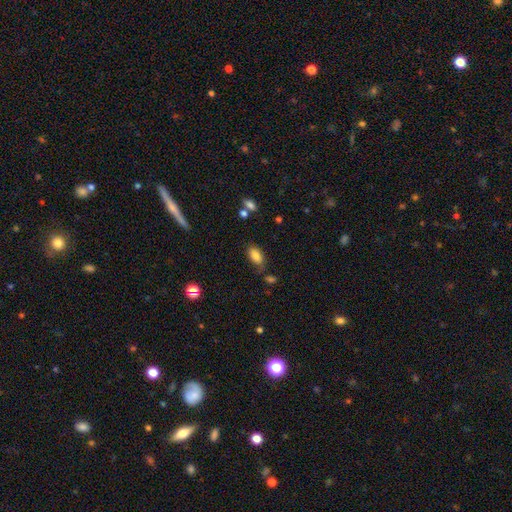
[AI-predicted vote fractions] Overall: smooth (83%). How rounded: in between (92%). Merging: none (67%).